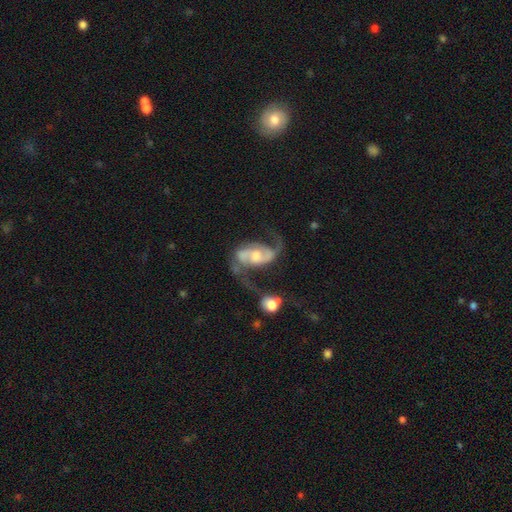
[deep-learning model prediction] smooth_or_featured: featured or disk (p=0.88) [alt: smooth p=0.07]
disk_edge_on: no (p=0.97) [alt: yes p=0.03]
bar: weak (p=0.44) [alt: no p=0.38]
has_spiral_arms: yes (p=0.96) [alt: no p=0.04]
spiral_winding: loose (p=0.51) [alt: medium p=0.39]
spiral_arm_count: 2 (p=0.91) [alt: can't tell p=0.03]
bulge_size: moderate (p=0.55) [alt: small p=0.31]
merging: none (p=0.41) [alt: major disturbance p=0.24]